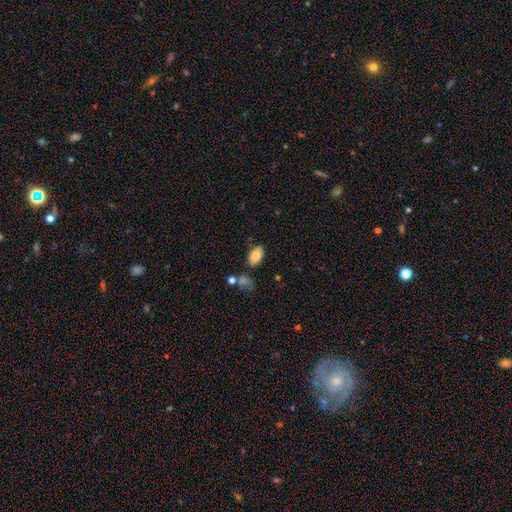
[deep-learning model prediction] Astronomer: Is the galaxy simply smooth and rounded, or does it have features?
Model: smooth — 80%.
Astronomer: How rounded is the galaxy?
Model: in between — 93%.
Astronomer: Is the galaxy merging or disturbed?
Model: none — 76%.